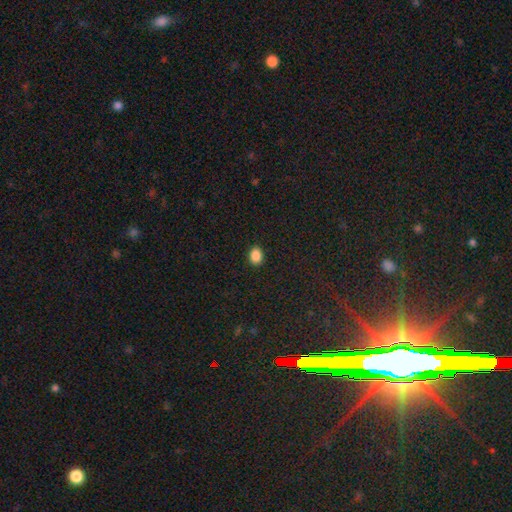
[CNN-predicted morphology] The model was most divided on "how rounded": in between: 69%, round: 30%, cigar-shaped: 1%. More confident: merging — none (89%); smooth or featured — smooth (88%).